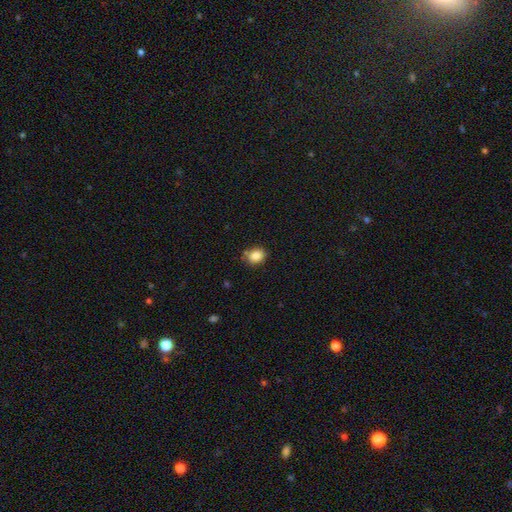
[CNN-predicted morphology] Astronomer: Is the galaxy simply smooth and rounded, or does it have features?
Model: smooth — 86%.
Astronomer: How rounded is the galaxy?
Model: round — 54% (runner-up: in between, 45%).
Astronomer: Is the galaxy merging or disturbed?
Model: none — 74%.